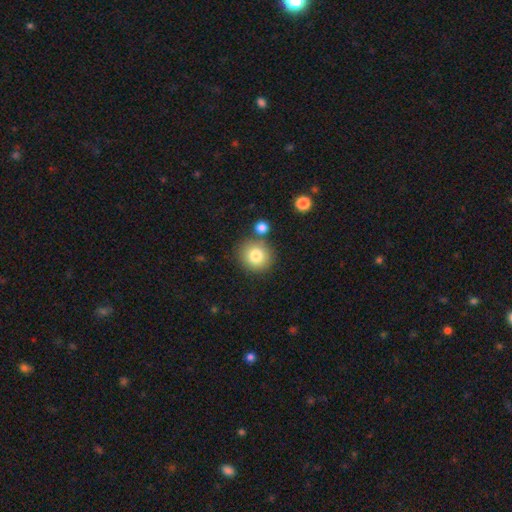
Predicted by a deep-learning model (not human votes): This is clearly a smooth galaxy (81%). How rounded: clearly round (89%). Merging: likely none (77%).